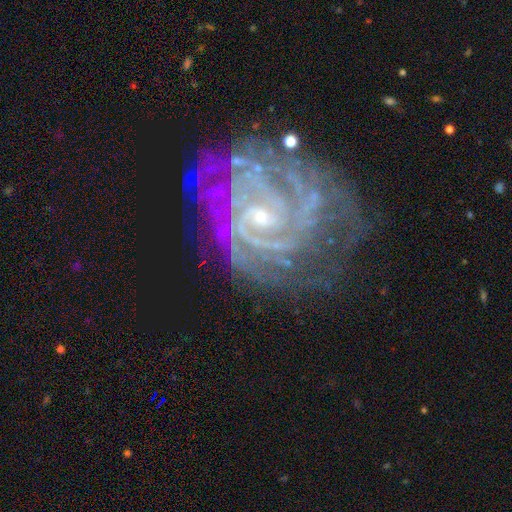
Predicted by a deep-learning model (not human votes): This is clearly a featured or disk galaxy (90%). It is clearly not viewed edge-on (98%). Bar: possibly no (47%). Spiral arm pattern: clearly yes (97%). Spiral arm count: marginally can't tell (26%). Spiral winding: likely tight (69%). Central bulge: likely small (73%). Merging: likely none (63%).